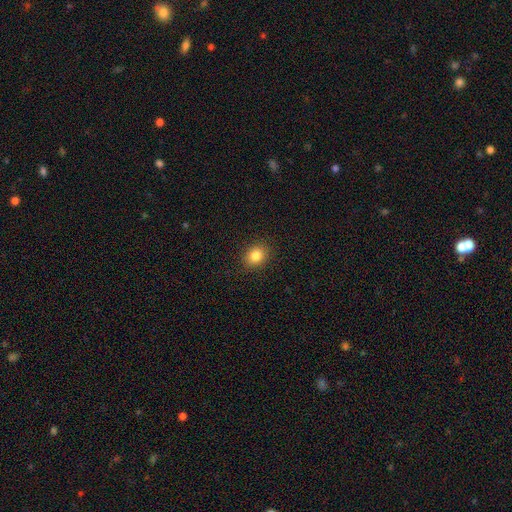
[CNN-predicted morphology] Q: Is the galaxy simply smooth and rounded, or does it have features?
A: smooth — 83%.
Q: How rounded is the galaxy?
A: round — 59%.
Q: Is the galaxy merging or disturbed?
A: none — 89%.